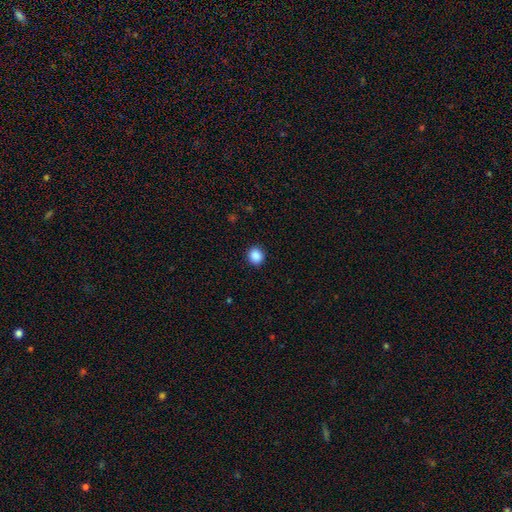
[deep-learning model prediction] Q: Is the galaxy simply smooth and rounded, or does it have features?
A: smooth — 89%.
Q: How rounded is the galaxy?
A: round — 83%.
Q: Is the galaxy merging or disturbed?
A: none — 91%.